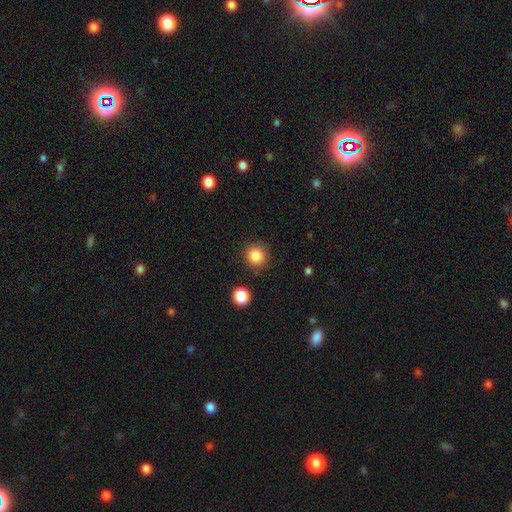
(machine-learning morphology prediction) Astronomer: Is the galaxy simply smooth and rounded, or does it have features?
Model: smooth — 85%.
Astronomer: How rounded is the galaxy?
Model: round — 91%.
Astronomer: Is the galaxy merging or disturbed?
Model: none — 86%.